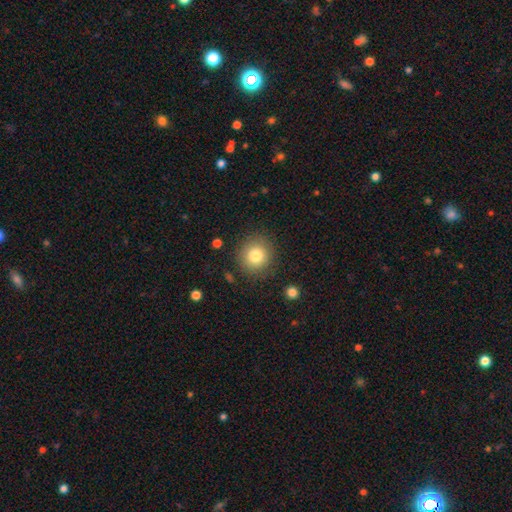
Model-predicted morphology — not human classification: A smooth galaxy with no disk features (80%) that is round (89%).

Vote fractions:
- Smooth or featured? smooth: 80% / star or artifact: 10% / featured or disk: 9%
- How rounded? round: 89% / in between: 10% / cigar-shaped: 1%
- Merging? none: 86% / minor disturbance: 9% / major disturbance: 3% / merger: 2%